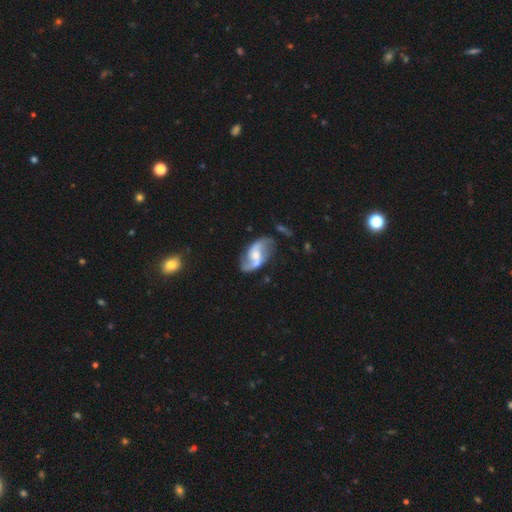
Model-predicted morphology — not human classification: featured or disk 87%, smooth 8%, star or artifact 5%. Down the decision tree: edge-on disk — no (97%); bar — weak (47%); spiral arms — yes (96%); spiral arm count — 2 (92%); spiral winding — loose (54%); bulge size — moderate (46%); merging — none (68%).